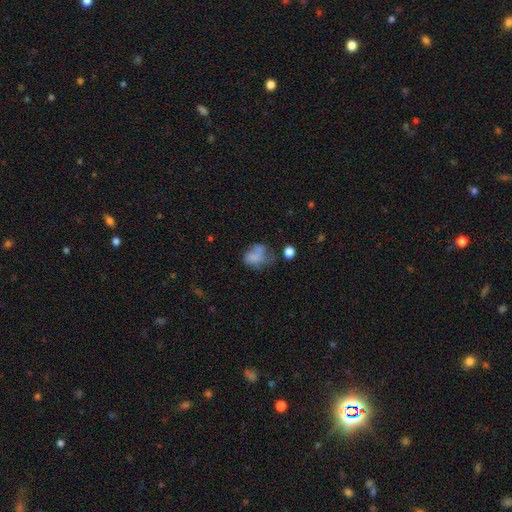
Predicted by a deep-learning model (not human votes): smooth_or_featured: smooth (p=0.62) [alt: featured or disk p=0.26]
how_rounded: in between (p=0.67) [alt: round p=0.32]
merging: major disturbance (p=0.33) [alt: none p=0.28]